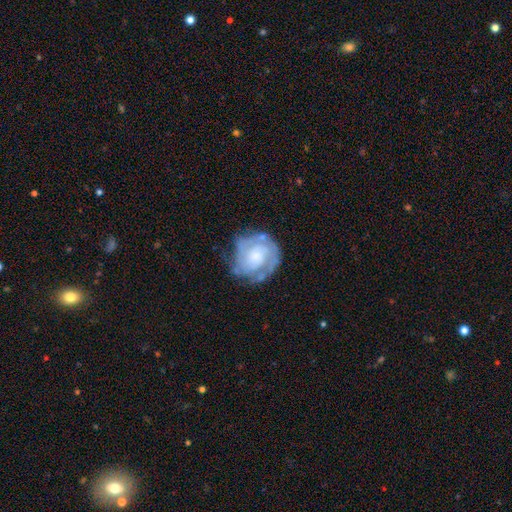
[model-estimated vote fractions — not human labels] Smooth or featured: featured or disk — 75% (smooth — 19%)
Edge-on disk: no — 98% (yes — 2%)
Bar: no — 74% (weak — 22%)
Spiral arms: yes — 86% (no — 14%)
Spiral winding: tight — 62% (medium — 28%)
Spiral arm count: 2 — 36% (can't tell — 33%)
Bulge size: moderate — 34% (small — 33%)
Merging: none — 62% (minor disturbance — 23%)